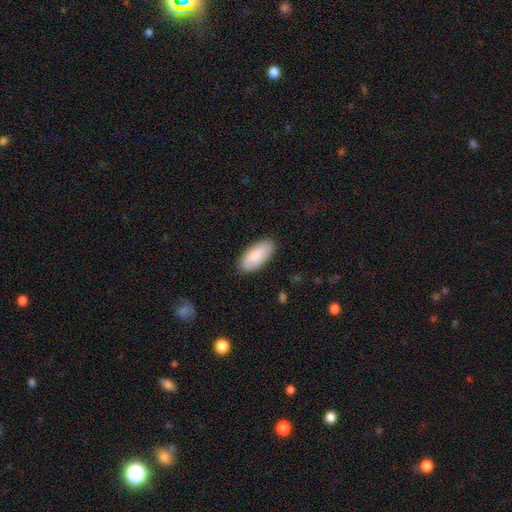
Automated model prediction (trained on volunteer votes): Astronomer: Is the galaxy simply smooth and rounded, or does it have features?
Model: smooth — 87%.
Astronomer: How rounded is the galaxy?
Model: in between — 91%.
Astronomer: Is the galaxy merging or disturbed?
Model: none — 88%.